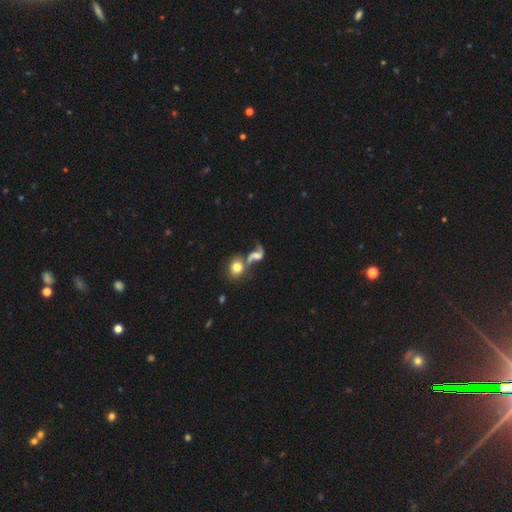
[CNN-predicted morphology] smooth-or-featured: featured or disk: 62% | smooth: 27% | star or artifact: 11%
  disk-edge-on: no: 96% | yes: 4%
    bar: no: 51% | weak: 36% | strong: 12%
    has-spiral-arms: yes: 85% | no: 15%
      spiral-winding: loose: 78% | medium: 18% | tight: 5%
      spiral-arm-count: 2: 79% | 1: 15% | can't tell: 3% | 3: 1% | 4: 1% | more than 4: 1%
    bulge-size: moderate: 39% | small: 26% | large: 17% | none: 15% | dominant: 4%
  merging: merger: 46% | none: 27% | major disturbance: 16% | minor disturbance: 11%